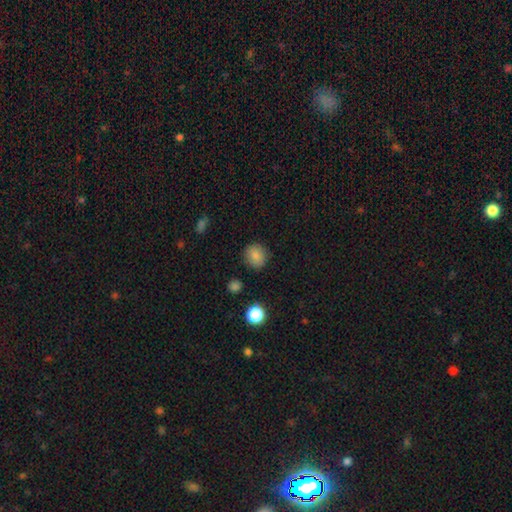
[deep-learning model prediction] smooth_or_featured: smooth (p=0.85) [alt: star or artifact p=0.10]
how_rounded: round (p=0.85) [alt: in between p=0.14]
merging: none (p=0.88) [alt: minor disturbance p=0.08]